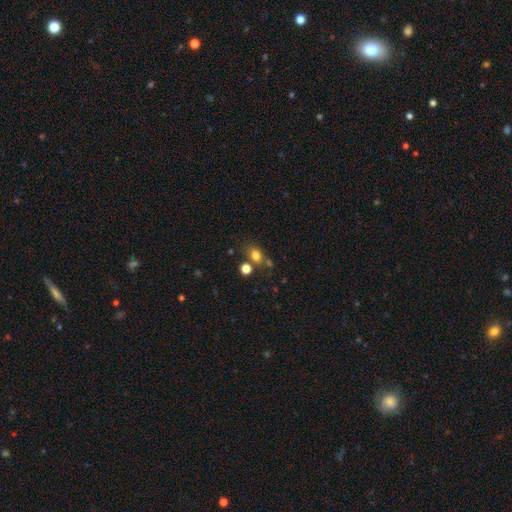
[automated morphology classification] This appears to be a smooth galaxy with no disk features (76%) that is in between round and cigar-shaped (59%). Merging: none (61%).